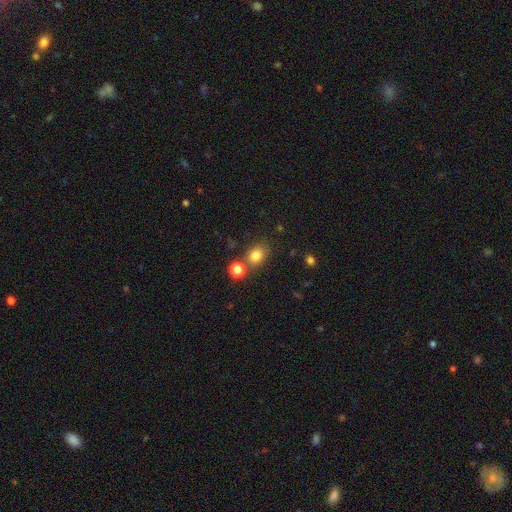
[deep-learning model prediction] Q: Smooth or featured?
A: smooth (80%); runner-up: star or artifact (13%)
Q: How rounded?
A: in between (50%); runner-up: round (49%)
Q: Merging?
A: none (70%); runner-up: merger (14%)